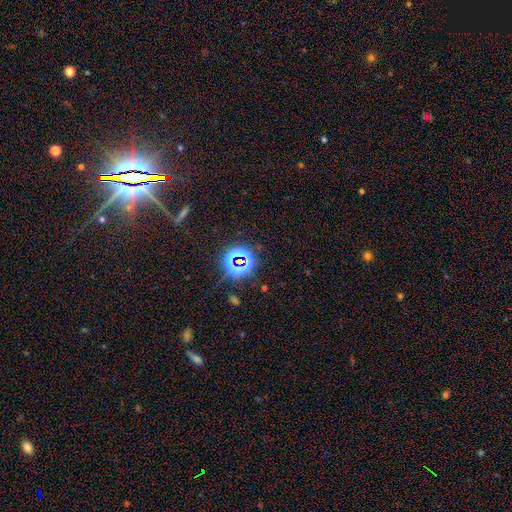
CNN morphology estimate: smooth-or-featured: star or artifact: 80% | smooth: 12% | featured or disk: 8%